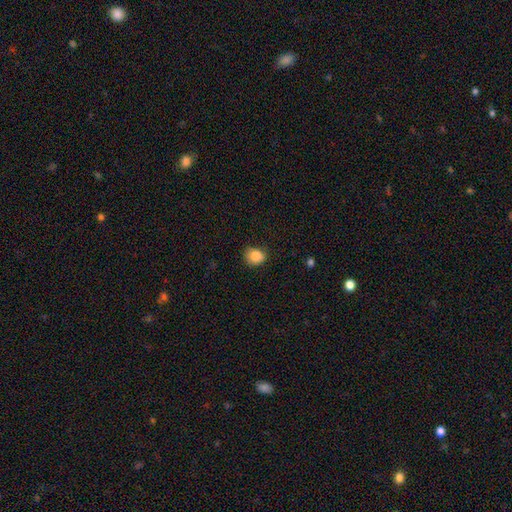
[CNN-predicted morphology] Q: Smooth or featured?
A: smooth (85%); runner-up: star or artifact (9%)
Q: How rounded?
A: round (64%); runner-up: in between (35%)
Q: Merging?
A: none (67%); runner-up: minor disturbance (26%)